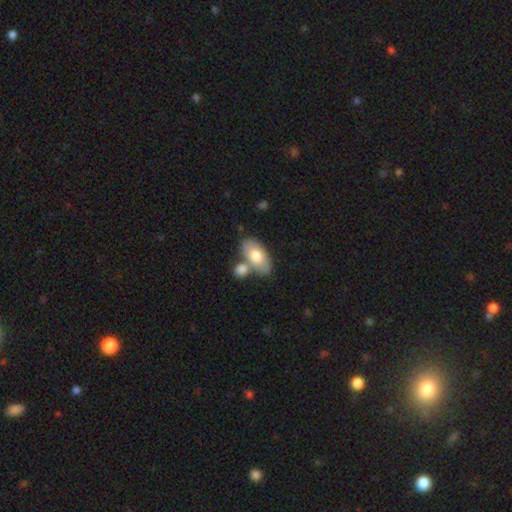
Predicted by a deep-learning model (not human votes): Smooth or featured?
  - smooth: 71% *
  - featured or disk: 24%
  - star or artifact: 6%
How rounded?
  - in between: 92% *
  - round: 5%
  - cigar-shaped: 3%
Merging?
  - none: 53% *
  - merger: 31%
  - minor disturbance: 12%
  - major disturbance: 4%